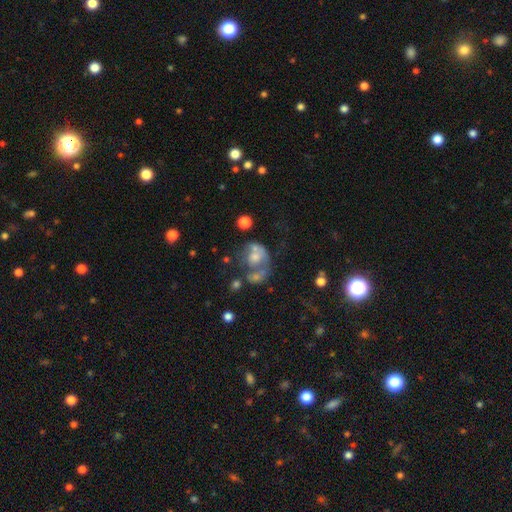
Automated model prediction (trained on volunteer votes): Smooth or featured? Predicted: smooth (p=0.48). Merging? Predicted: merger (p=0.43).